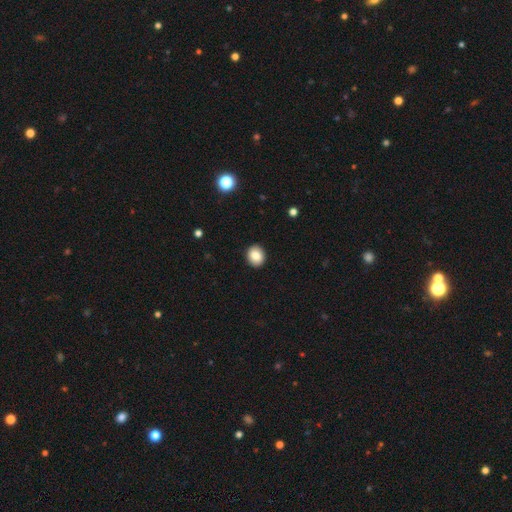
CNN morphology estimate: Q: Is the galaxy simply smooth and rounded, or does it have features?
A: smooth — 85%.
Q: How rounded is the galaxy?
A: round — 70%.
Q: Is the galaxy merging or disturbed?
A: none — 92%.